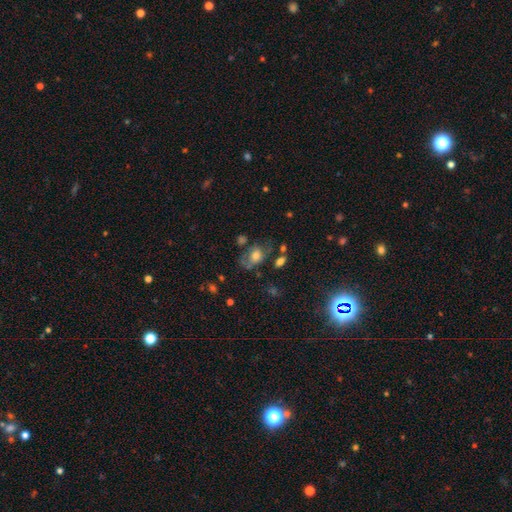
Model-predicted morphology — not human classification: smooth 60%, featured or disk 29%, star or artifact 11%. Down the decision tree: how rounded — in between (69%); merging — none (40%).